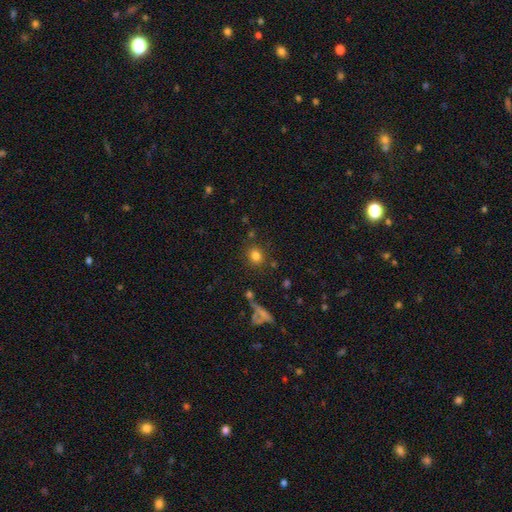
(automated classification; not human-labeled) The model was most divided on "how rounded": round: 78%, in between: 21%, cigar-shaped: 1%. More confident: merging — none (81%); smooth or featured — smooth (79%).